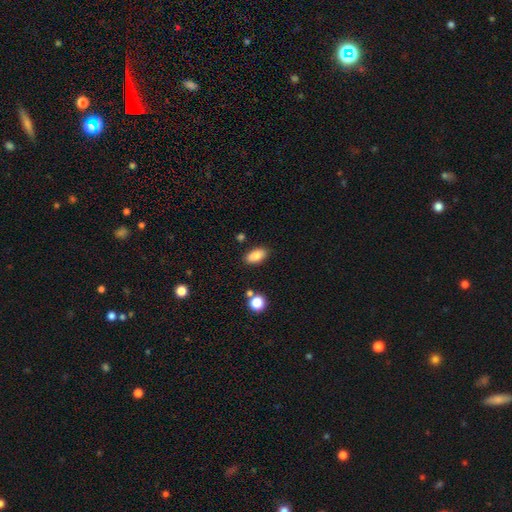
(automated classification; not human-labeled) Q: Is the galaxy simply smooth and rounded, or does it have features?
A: smooth — 85%.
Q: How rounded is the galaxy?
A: in between — 91%.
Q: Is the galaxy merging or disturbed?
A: none — 85%.